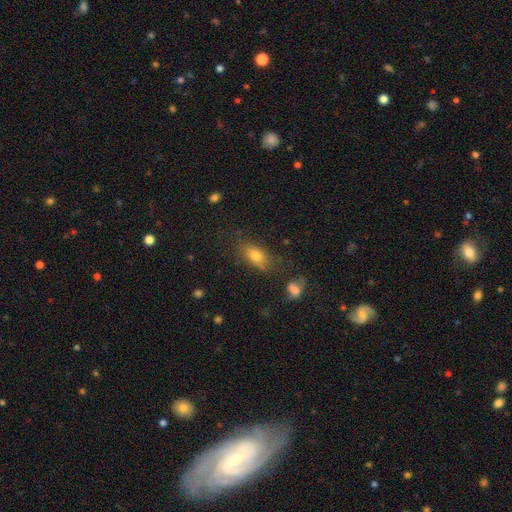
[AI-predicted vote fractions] Morphology: type=smooth (71%); roundness=in between (76%); merging=none (69%).